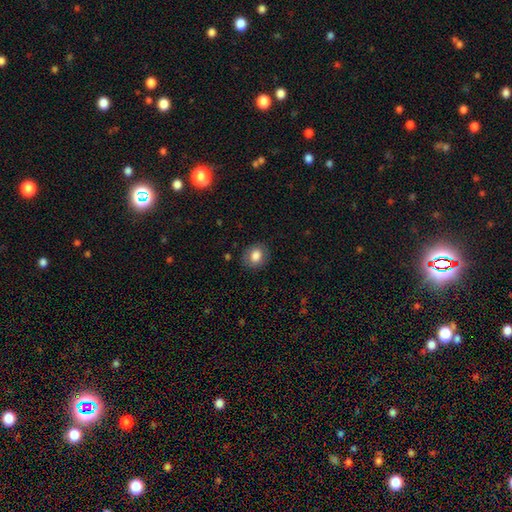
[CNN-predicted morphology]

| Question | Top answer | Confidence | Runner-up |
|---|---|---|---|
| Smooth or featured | smooth | 80% | featured or disk (12%) |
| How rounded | round | 55% | in between (44%) |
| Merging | none | 84% | minor disturbance (11%) |